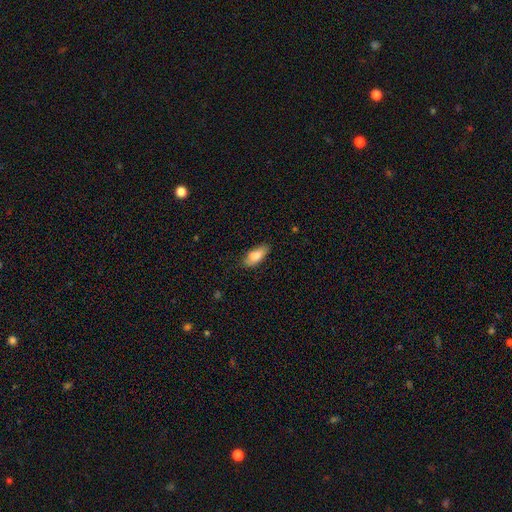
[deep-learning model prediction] The model was most divided on "merging": none: 75%, minor disturbance: 20%, major disturbance: 4%, merger: 2%. More confident: how rounded — in between (83%); smooth or featured — smooth (83%).